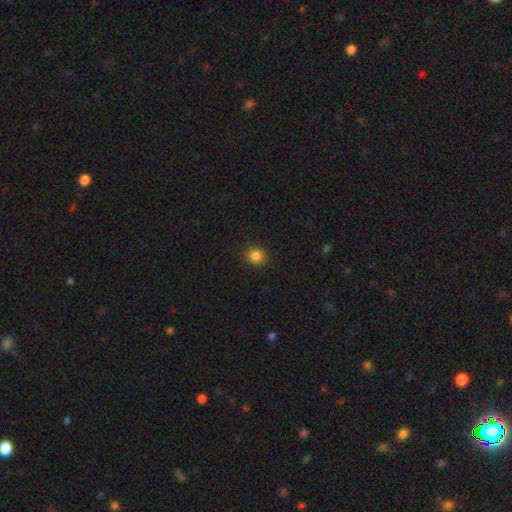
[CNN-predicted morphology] smooth-or-featured: smooth: 84% | star or artifact: 12% | featured or disk: 4%
  how-rounded: round: 82% | in between: 17% | cigar-shaped: 1%
  merging: none: 90% | minor disturbance: 6% | major disturbance: 2% | merger: 1%